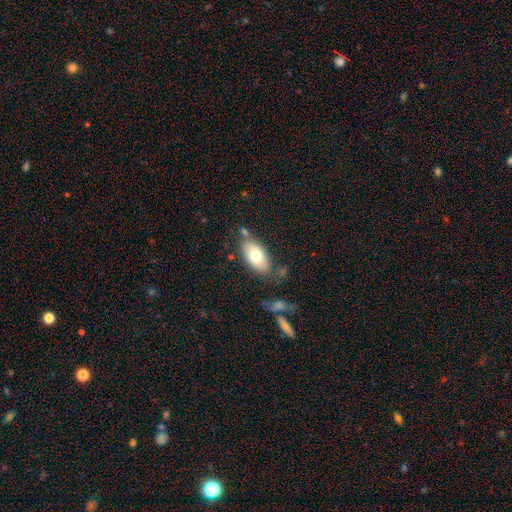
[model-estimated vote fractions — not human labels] smooth-or-featured: smooth: 73% | featured or disk: 20% | star or artifact: 7%
  how-rounded: in between: 93% | round: 4% | cigar-shaped: 3%
  merging: none: 71% | minor disturbance: 16% | merger: 8% | major disturbance: 5%